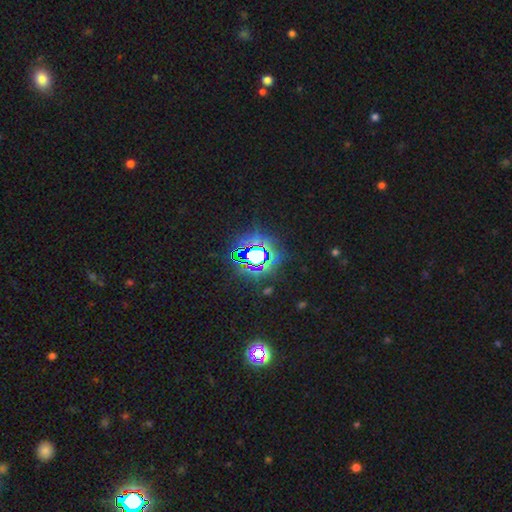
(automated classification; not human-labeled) This appears to be a star or artifact, not a galaxy (73%).